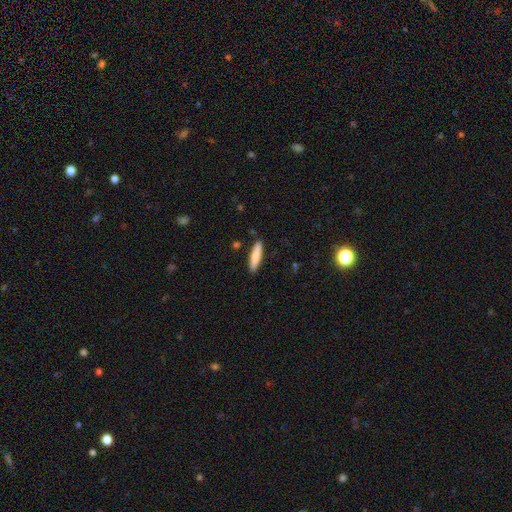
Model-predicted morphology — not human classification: Smooth or featured? smooth (81%)
How rounded? cigar-shaped (82%)
Merging? none (89%)